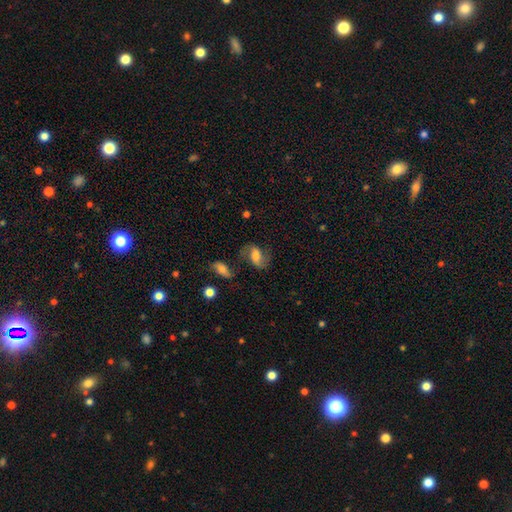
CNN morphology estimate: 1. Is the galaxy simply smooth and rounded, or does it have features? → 47% featured or disk, 43% smooth, 9% star or artifact.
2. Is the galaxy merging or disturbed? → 56% none, 21% minor disturbance, 14% major disturbance, 8% merger.